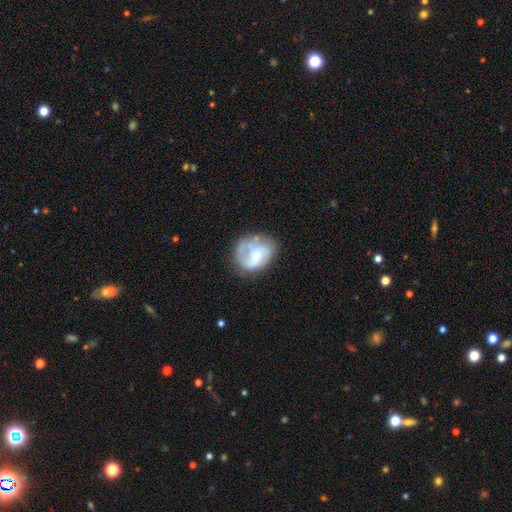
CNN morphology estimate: The model was most divided on "bar": no: 48%, weak: 40%, strong: 12%. Remaining: edge-on disk — no (98%); spiral arms — yes (65%); smooth or featured — featured or disk (53%); merging — none (49%); bulge size — small (40%).